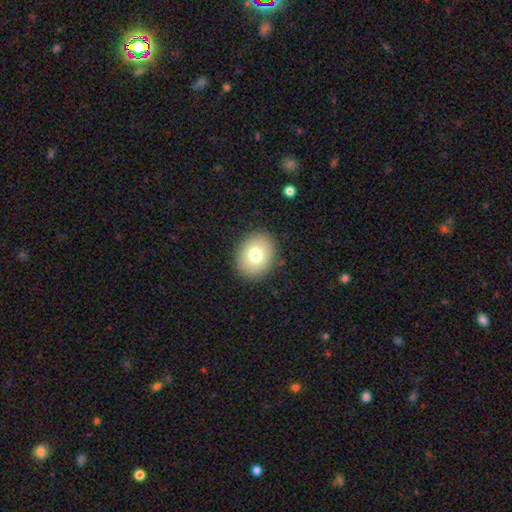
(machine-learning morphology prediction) smooth-or-featured: smooth: 75% | featured or disk: 14% | star or artifact: 11%
  how-rounded: round: 61% | in between: 38% | cigar-shaped: 1%
  merging: none: 92% | minor disturbance: 6% | major disturbance: 2% | merger: 1%